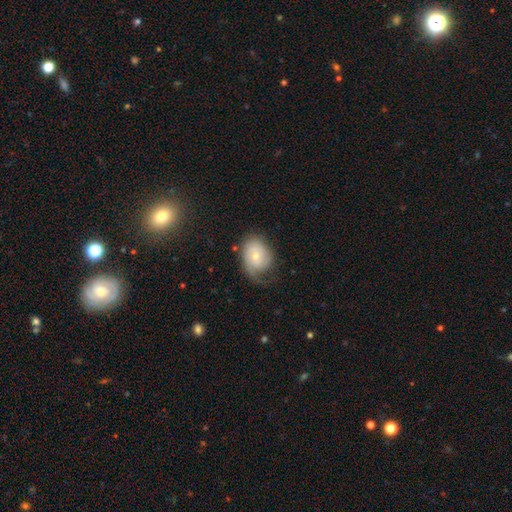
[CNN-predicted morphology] Smooth or featured: featured or disk — 53% (smooth — 40%)
Edge-on disk: no — 96% (yes — 4%)
Bar: no — 78% (weak — 19%)
Spiral arms: yes — 79% (no — 21%)
Bulge size: small — 51% (moderate — 45%)
Merging: none — 47% (minor disturbance — 30%)